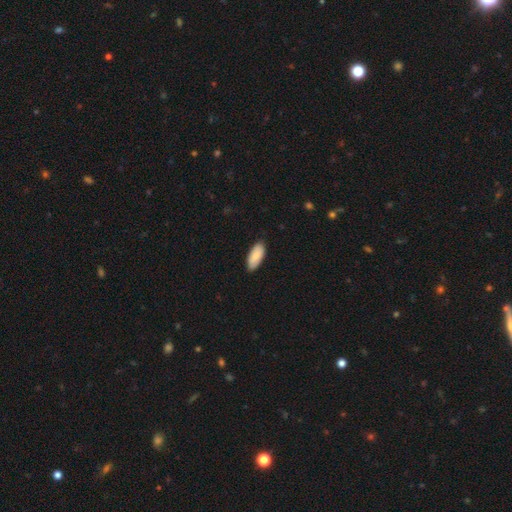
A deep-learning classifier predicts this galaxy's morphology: Smooth or featured?
  - smooth: 86% *
  - featured or disk: 9%
  - star or artifact: 5%
How rounded?
  - in between: 86% *
  - cigar-shaped: 12%
  - round: 2%
Merging?
  - none: 86% *
  - minor disturbance: 11%
  - major disturbance: 2%
  - merger: 1%